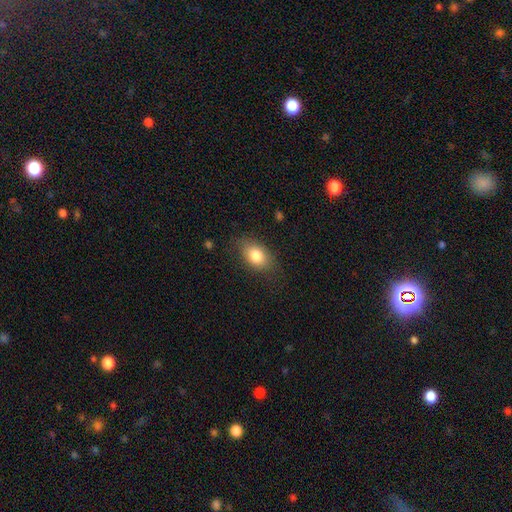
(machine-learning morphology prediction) This is clearly a smooth galaxy (80%). How rounded: clearly in between (81%). Merging: likely none (76%).